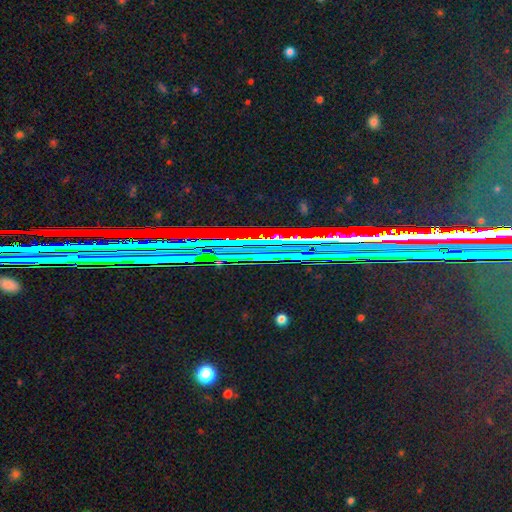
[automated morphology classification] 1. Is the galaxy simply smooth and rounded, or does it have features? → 83% star or artifact, 10% featured or disk, 8% smooth.